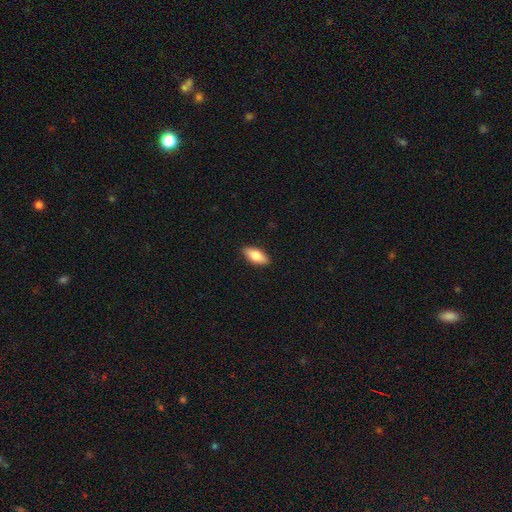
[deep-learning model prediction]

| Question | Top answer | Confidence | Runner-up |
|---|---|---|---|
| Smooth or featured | smooth | 79% | featured or disk (15%) |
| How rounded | in between | 85% | cigar-shaped (13%) |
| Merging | none | 89% | minor disturbance (8%) |